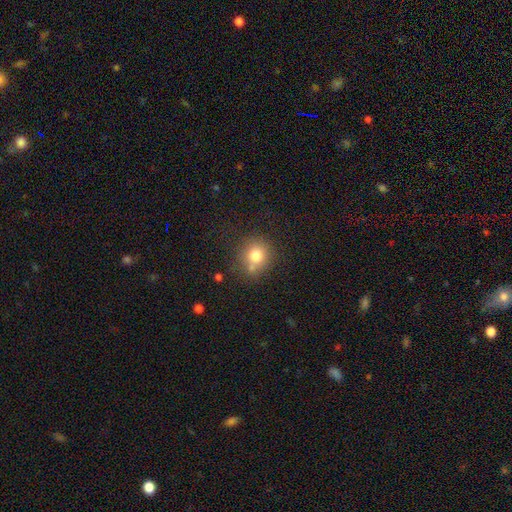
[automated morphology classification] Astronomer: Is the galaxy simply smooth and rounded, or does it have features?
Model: smooth — 77%.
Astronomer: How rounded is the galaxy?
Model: round — 85%.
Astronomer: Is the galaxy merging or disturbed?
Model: none — 64%.